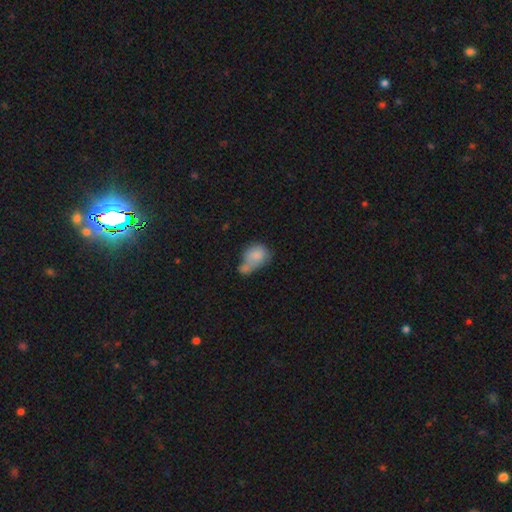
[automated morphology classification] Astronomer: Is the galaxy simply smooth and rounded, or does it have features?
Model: smooth — 77%.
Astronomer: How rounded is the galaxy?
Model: in between — 64%.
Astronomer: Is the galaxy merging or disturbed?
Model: merger — 52%.